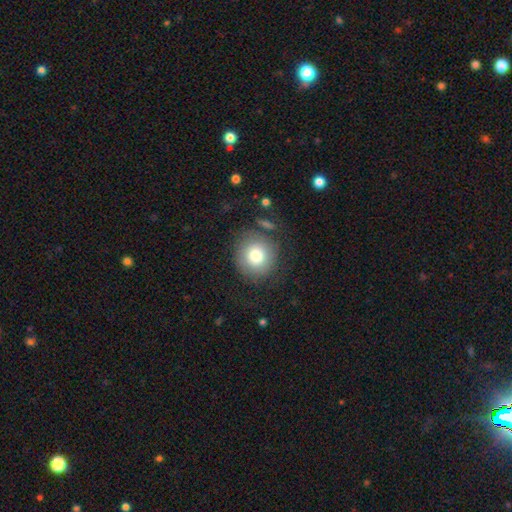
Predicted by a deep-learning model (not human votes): smooth_or_featured: smooth (p=0.78) [alt: featured or disk p=0.13]
how_rounded: round (p=0.90) [alt: in between p=0.09]
merging: none (p=0.79) [alt: minor disturbance p=0.12]